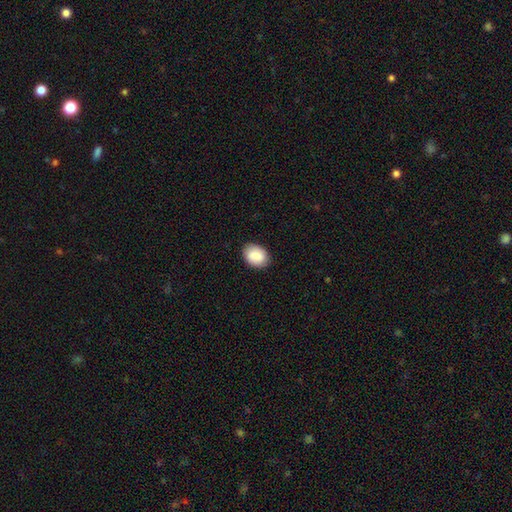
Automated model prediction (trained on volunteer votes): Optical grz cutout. It shows a smooth galaxy with no disk features (89%) that is in between round and cigar-shaped (72%). Merging: none (86%).